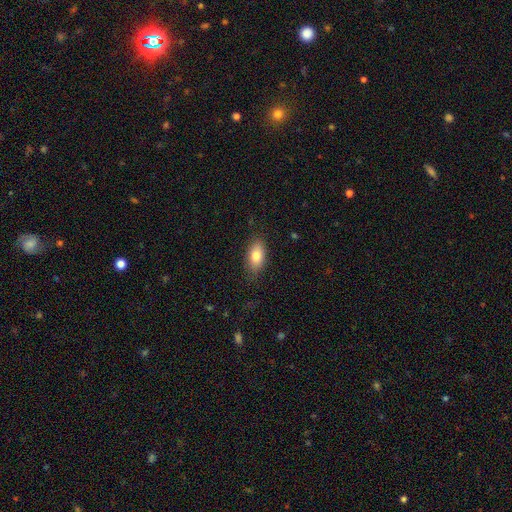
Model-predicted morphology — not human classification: smooth 80%, featured or disk 13%, star or artifact 7%. Down the decision tree: how rounded — in between (89%); merging — none (83%).